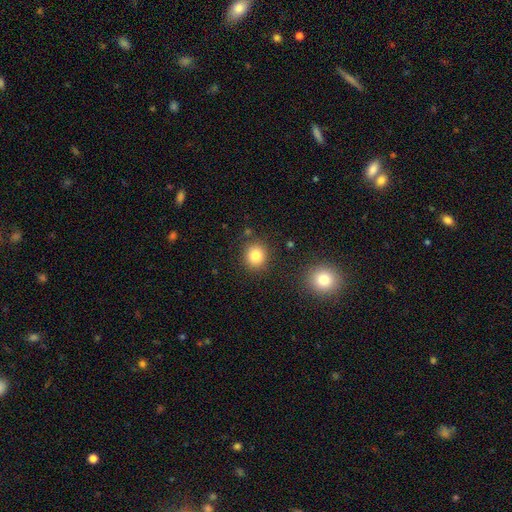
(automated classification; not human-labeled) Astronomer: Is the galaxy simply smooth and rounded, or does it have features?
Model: smooth — 83%.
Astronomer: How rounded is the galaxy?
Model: round — 83%.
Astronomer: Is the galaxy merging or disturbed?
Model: none — 86%.